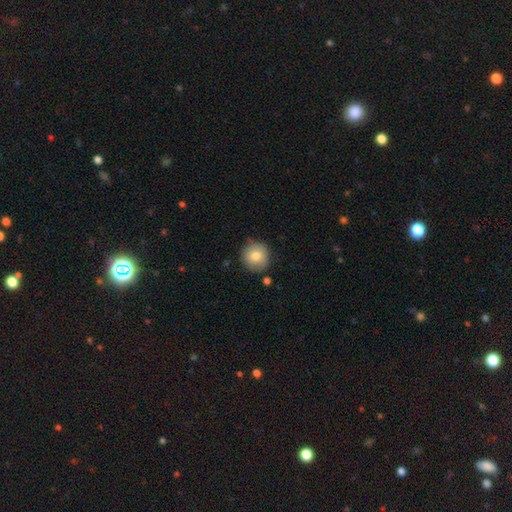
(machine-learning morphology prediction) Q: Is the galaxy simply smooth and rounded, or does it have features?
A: smooth — 79%.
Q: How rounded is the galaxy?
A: round — 94%.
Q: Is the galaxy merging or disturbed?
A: none — 84%.